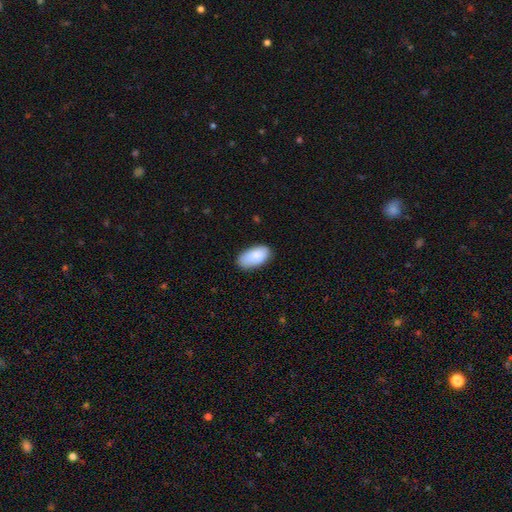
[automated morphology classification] This appears to be a smooth galaxy with no disk features (80%) that is in between round and cigar-shaped (95%). Merging: none (78%).